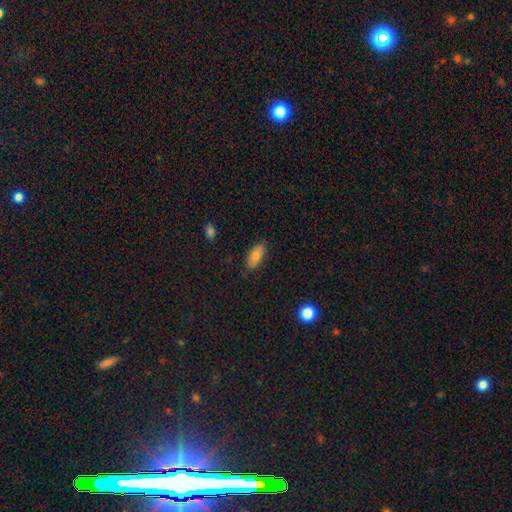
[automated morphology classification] Overall: smooth (79%). How rounded: in between (89%). Merging: none (84%).